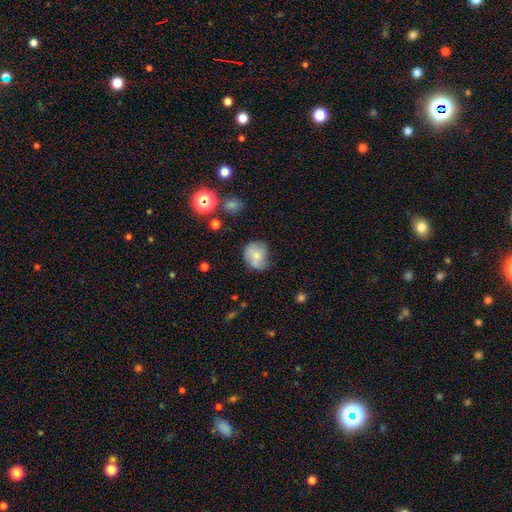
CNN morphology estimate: Q: Smooth or featured?
A: smooth (70%); runner-up: featured or disk (20%)
Q: How rounded?
A: round (73%); runner-up: in between (26%)
Q: Merging?
A: none (55%); runner-up: minor disturbance (27%)